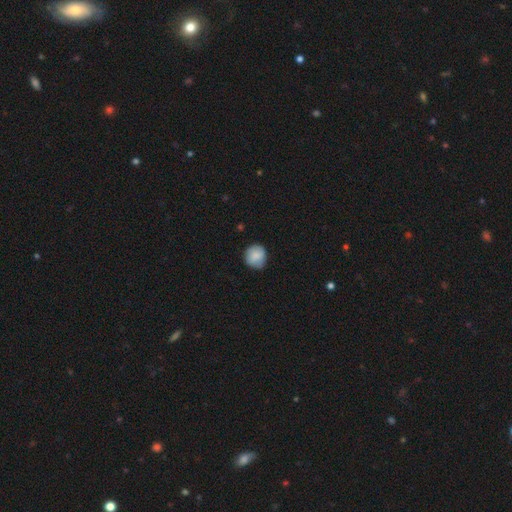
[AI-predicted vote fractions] Overall: smooth (86%). How rounded: round (89%). Merging: none (82%).